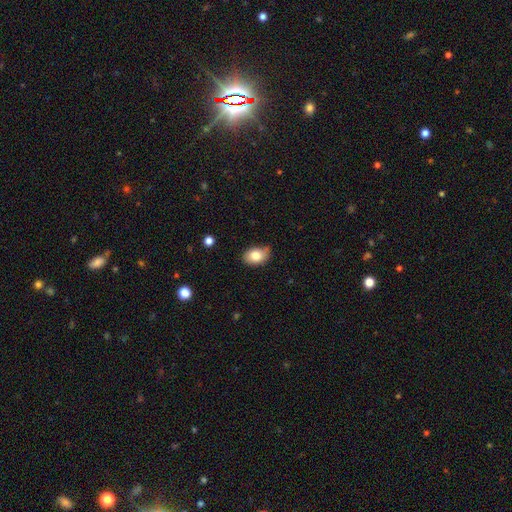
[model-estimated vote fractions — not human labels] Smooth or featured? Predicted: smooth (p=0.82). How rounded? Predicted: in between (p=0.83). Merging? Predicted: none (p=0.72).